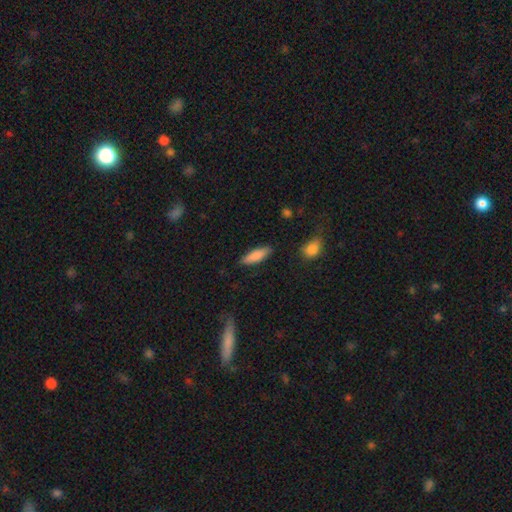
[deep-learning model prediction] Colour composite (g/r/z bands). It shows a smooth galaxy with no disk features (83%) that is cigar-shaped (53%). Merging: none (85%).